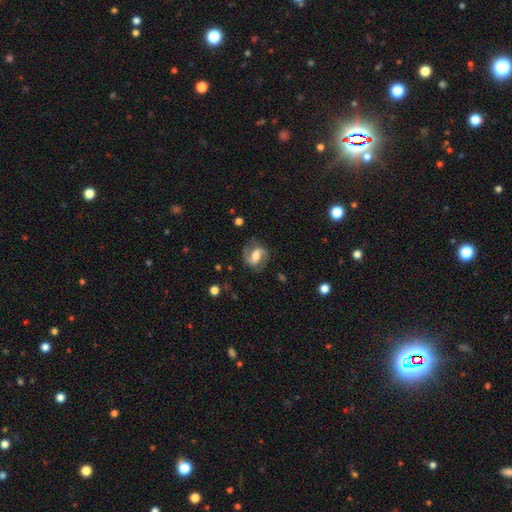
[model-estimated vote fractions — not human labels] Smooth or featured?
  - featured or disk: 82% *
  - smooth: 12%
  - star or artifact: 6%
Edge-on disk?
  - no: 98% *
  - yes: 2%
Bar?
  - weak: 47% *
  - strong: 30%
  - no: 24%
Spiral arms?
  - yes: 95% *
  - no: 5%
Spiral winding?
  - medium: 55% *
  - loose: 23%
  - tight: 21%
Spiral arm count?
  - 2: 91% *
  - 1: 3%
  - can't tell: 3%
  - 3: 1%
  - 4: 1%
  - more than 4: 1%
Bulge size?
  - moderate: 48% *
  - large: 26%
  - small: 17%
  - none: 6%
  - dominant: 3%
Merging?
  - none: 79% *
  - minor disturbance: 13%
  - major disturbance: 6%
  - merger: 1%